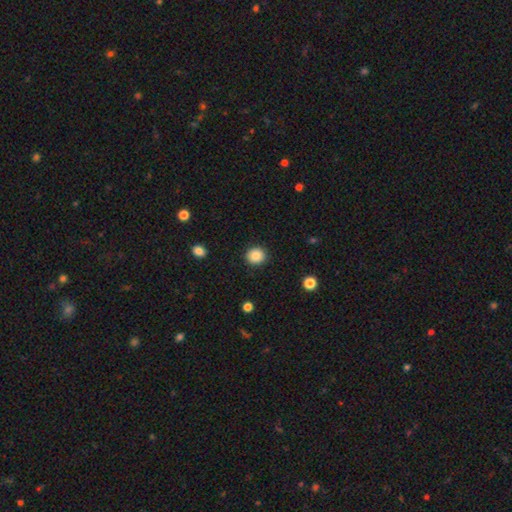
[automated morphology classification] Smooth or featured? smooth (87%)
How rounded? round (88%)
Merging? none (91%)